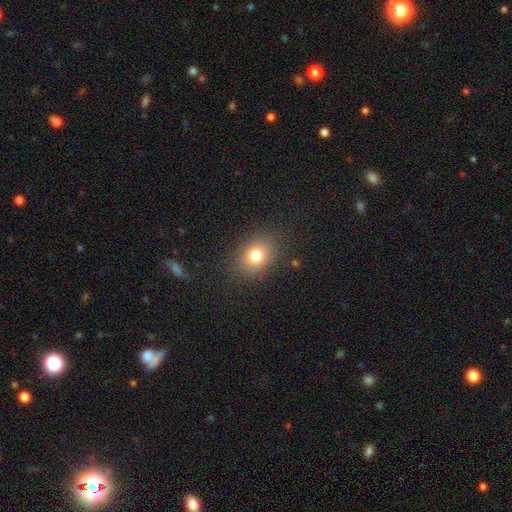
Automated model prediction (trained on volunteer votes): Smooth or featured?
  - smooth: 78% *
  - star or artifact: 12%
  - featured or disk: 10%
How rounded?
  - in between: 61% *
  - round: 38%
  - cigar-shaped: 1%
Merging?
  - none: 85% *
  - minor disturbance: 10%
  - major disturbance: 4%
  - merger: 1%